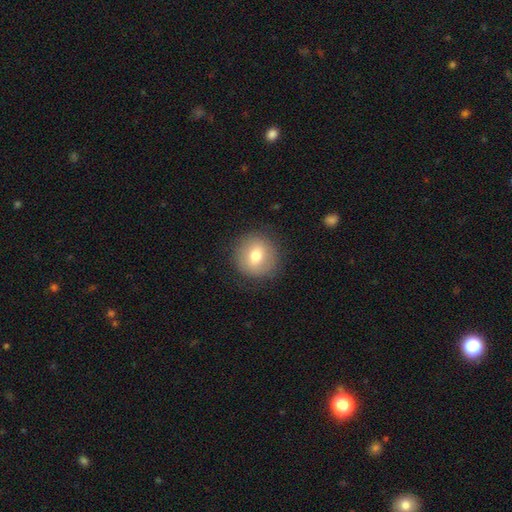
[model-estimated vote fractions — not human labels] smooth_or_featured: smooth (p=0.72) [alt: featured or disk p=0.19]
how_rounded: round (p=0.91) [alt: in between p=0.08]
merging: none (p=0.87) [alt: minor disturbance p=0.09]